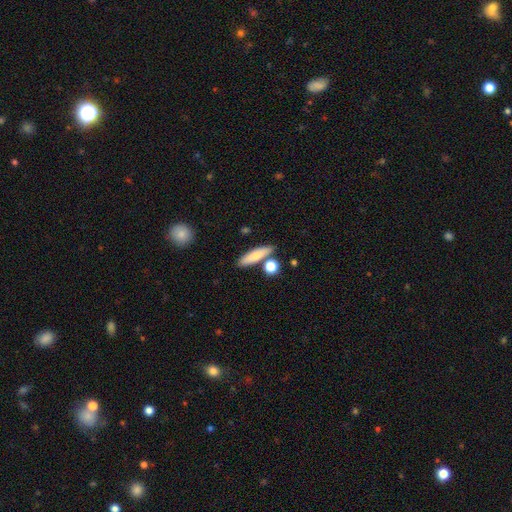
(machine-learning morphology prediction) Smooth or featured? smooth (75%)
How rounded? cigar-shaped (64%)
Merging? none (74%)